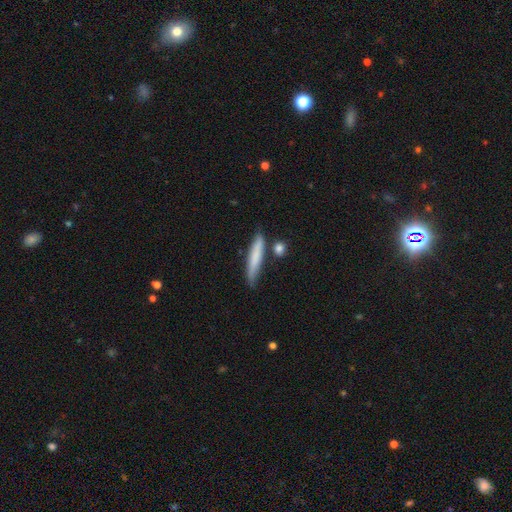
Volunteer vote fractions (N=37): smooth_or_featured: smooth (p=0.84) [alt: featured or disk p=0.16]
how_rounded: cigar-shaped (p=1.00)
merging: none (p=0.78) [alt: minor disturbance p=0.16]